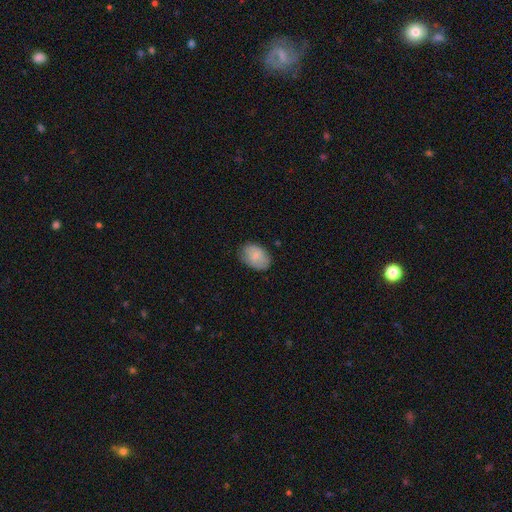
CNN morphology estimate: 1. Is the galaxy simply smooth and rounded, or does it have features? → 82% smooth, 11% featured or disk, 7% star or artifact.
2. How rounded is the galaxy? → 83% in between, 16% round, 1% cigar-shaped.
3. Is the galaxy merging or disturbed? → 79% none, 17% minor disturbance, 3% major disturbance, 1% merger.